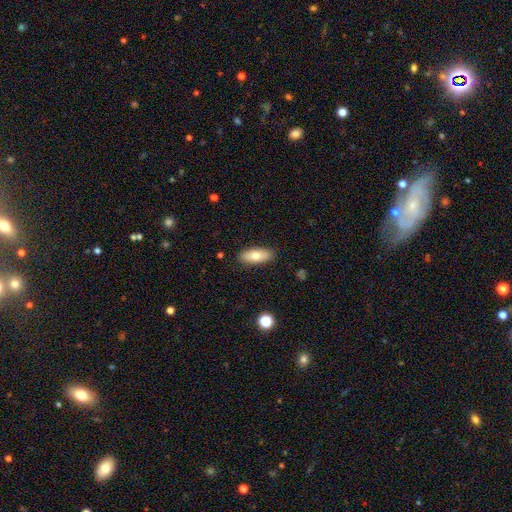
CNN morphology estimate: Smooth or featured: smooth — 75% (featured or disk — 18%)
How rounded: in between — 78% (cigar-shaped — 19%)
Merging: none — 87% (minor disturbance — 9%)